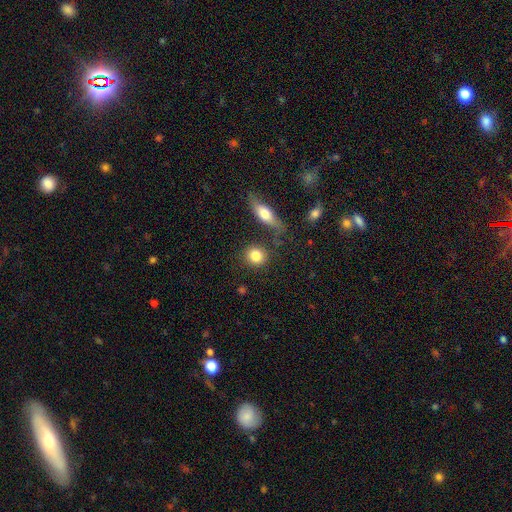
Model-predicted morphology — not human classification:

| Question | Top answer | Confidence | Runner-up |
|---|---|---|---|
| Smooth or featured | smooth | 83% | featured or disk (9%) |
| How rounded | round | 81% | in between (17%) |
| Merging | none | 78% | minor disturbance (9%) |